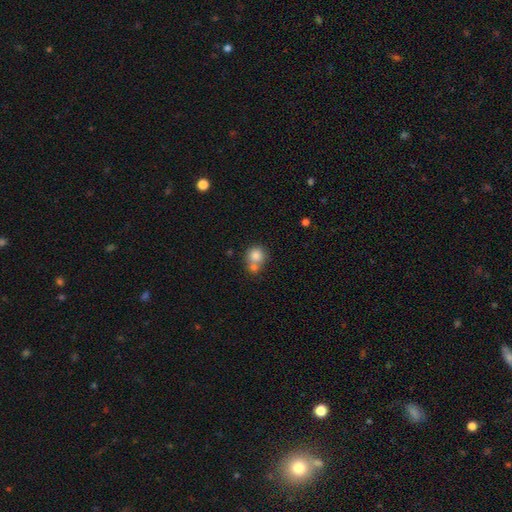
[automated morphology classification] Smooth or featured: smooth — 79% (featured or disk — 11%)
How rounded: round — 84% (in between — 15%)
Merging: merger — 46% (none — 41%)